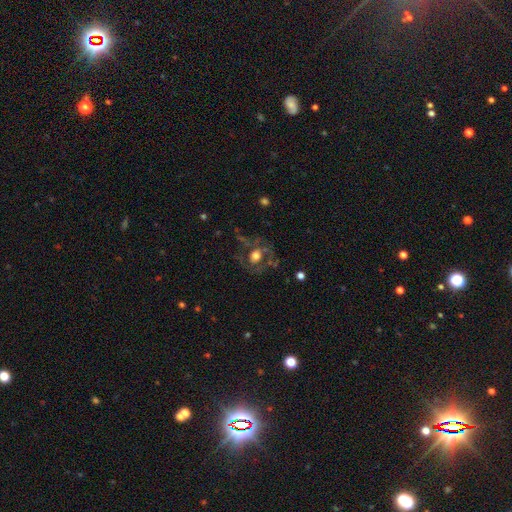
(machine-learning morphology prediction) smooth_or_featured: featured or disk (p=0.54) [alt: smooth p=0.34]
disk_edge_on: no (p=0.95) [alt: yes p=0.05]
bar: no (p=0.83) [alt: weak p=0.13]
has_spiral_arms: no (p=0.68) [alt: yes p=0.32]
bulge_size: moderate (p=0.53) [alt: large p=0.35]
merging: none (p=0.61) [alt: major disturbance p=0.18]